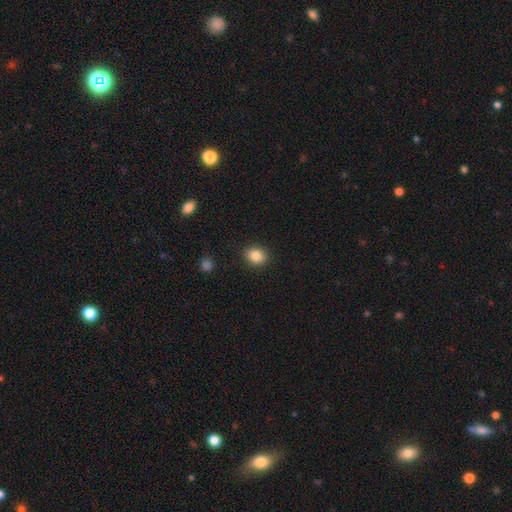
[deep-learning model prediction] A smooth galaxy with no disk features (85%) that is round (62%).

Vote fractions:
- Smooth or featured? smooth: 85% / star or artifact: 10% / featured or disk: 6%
- How rounded? round: 62% / in between: 37% / cigar-shaped: 1%
- Merging? none: 90% / minor disturbance: 7% / major disturbance: 2% / merger: 1%